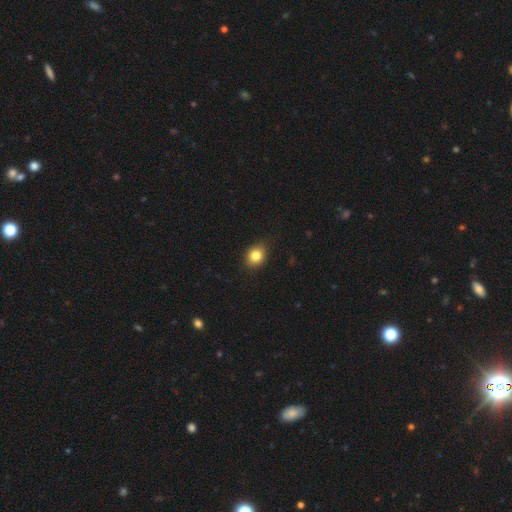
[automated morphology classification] Smooth or featured: smooth — 82% (star or artifact — 11%)
How rounded: round — 61% (in between — 38%)
Merging: none — 83% (minor disturbance — 14%)